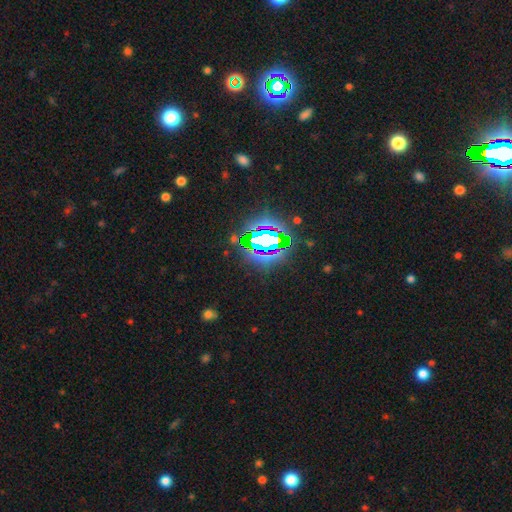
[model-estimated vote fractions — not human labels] Smooth or featured: star or artifact — 77% (smooth — 13%)